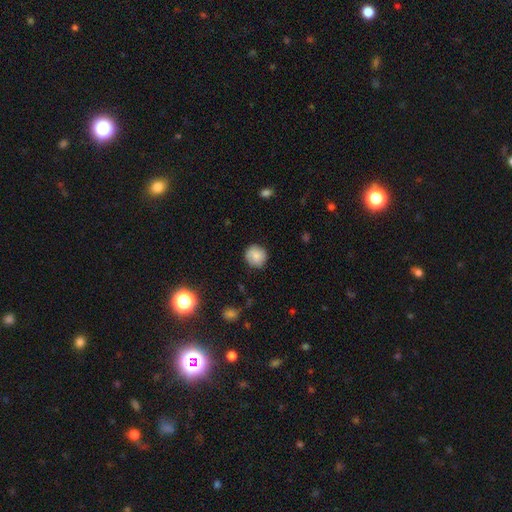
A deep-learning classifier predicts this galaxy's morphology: smooth_or_featured: smooth (p=0.83) [alt: star or artifact p=0.09]
how_rounded: round (p=0.89) [alt: in between p=0.10]
merging: none (p=0.84) [alt: minor disturbance p=0.12]